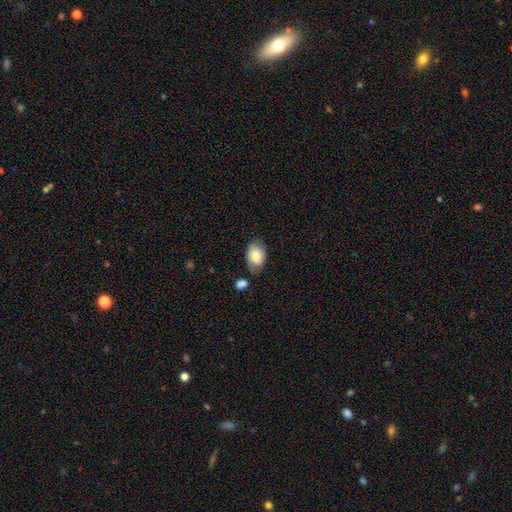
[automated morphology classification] The model was most divided on "merging": none: 68%, minor disturbance: 20%, merger: 7%, major disturbance: 5%. More confident: how rounded — in between (89%); smooth or featured — smooth (75%).